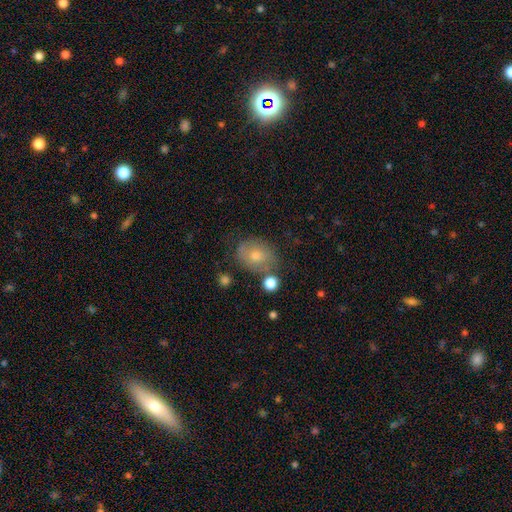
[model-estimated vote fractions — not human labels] Smooth or featured? smooth (60%)
How rounded? round (53%)
Merging? none (64%)